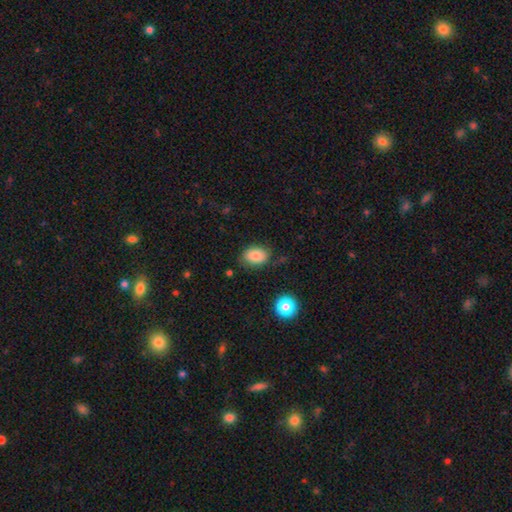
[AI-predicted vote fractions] This is clearly a smooth galaxy (84%). How rounded: clearly in between (82%). Merging: likely none (75%).